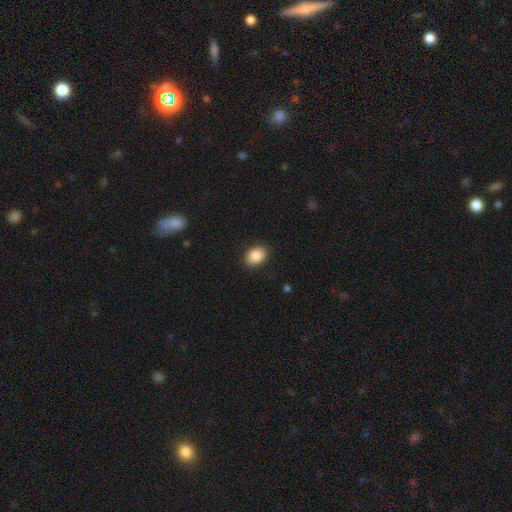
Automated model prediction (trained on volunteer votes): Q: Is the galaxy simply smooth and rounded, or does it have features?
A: smooth — 87%.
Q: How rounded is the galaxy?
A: in between — 72%.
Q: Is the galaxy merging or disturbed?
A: none — 88%.